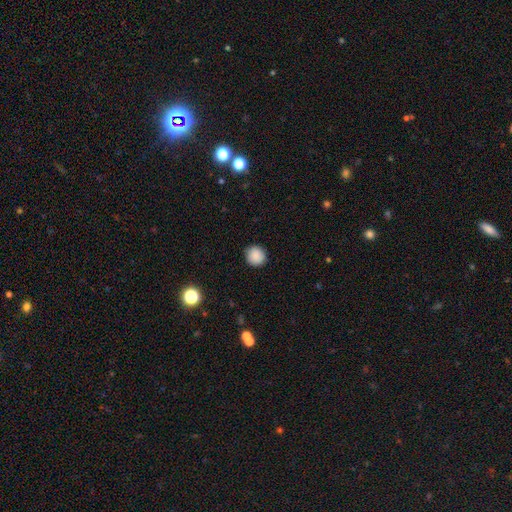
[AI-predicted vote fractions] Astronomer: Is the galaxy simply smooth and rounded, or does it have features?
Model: smooth — 88%.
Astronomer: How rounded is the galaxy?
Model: round — 91%.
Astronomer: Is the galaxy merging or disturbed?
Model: none — 89%.